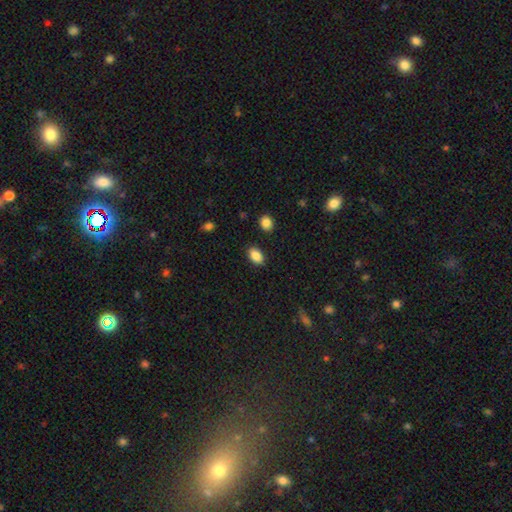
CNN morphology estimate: Smooth or featured: smooth — 87% (star or artifact — 8%)
How rounded: in between — 88% (round — 10%)
Merging: none — 88% (minor disturbance — 8%)